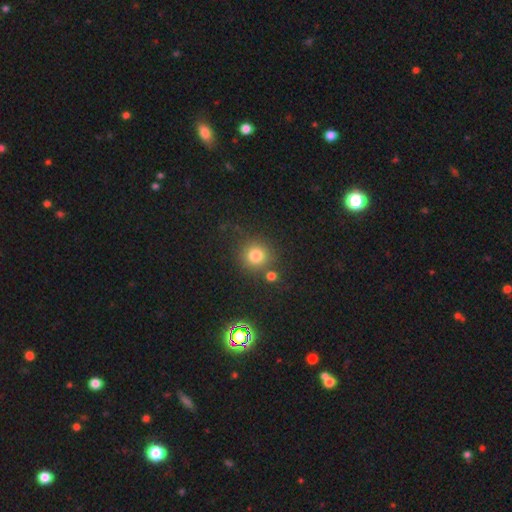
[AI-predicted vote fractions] smooth_or_featured: smooth (p=0.78) [alt: star or artifact p=0.15]
how_rounded: round (p=0.90) [alt: in between p=0.09]
merging: none (p=0.77) [alt: merger p=0.10]